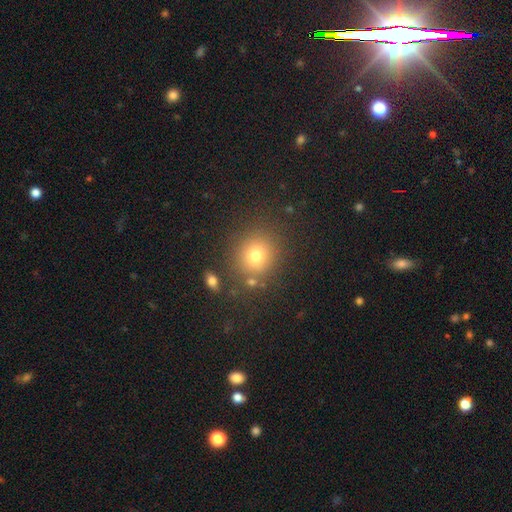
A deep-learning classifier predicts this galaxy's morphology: smooth_or_featured: smooth (p=0.75) [alt: star or artifact p=0.16]
how_rounded: round (p=0.81) [alt: in between p=0.18]
merging: none (p=0.81) [alt: minor disturbance p=0.10]